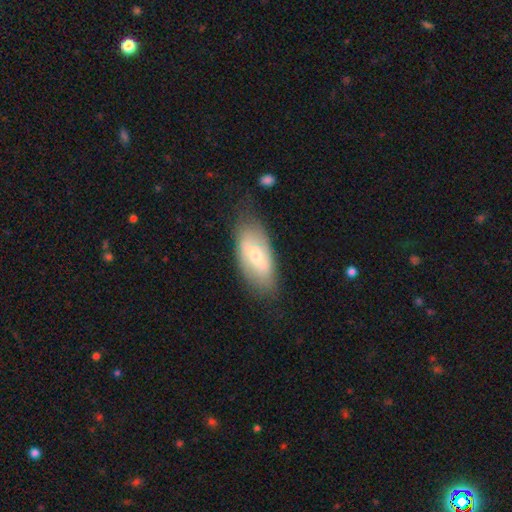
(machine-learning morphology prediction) A smooth galaxy with no disk features (49%).

Vote fractions:
- Smooth or featured? smooth: 49% / featured or disk: 44% / star or artifact: 7%
- Merging? none: 69% / minor disturbance: 22% / major disturbance: 7% / merger: 2%